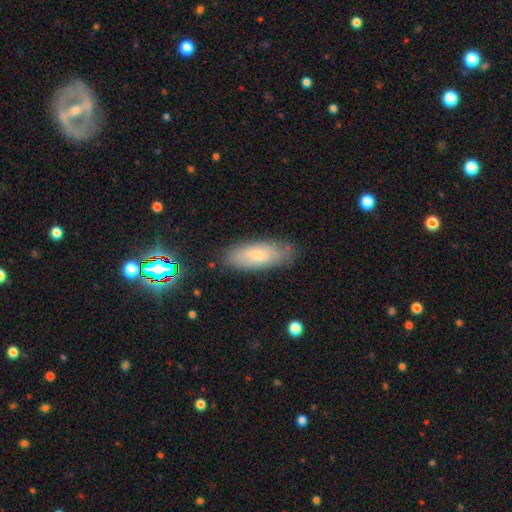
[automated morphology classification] This appears to be a smooth galaxy with no disk features (68%) that is in between round and cigar-shaped (71%). Merging: none (82%).